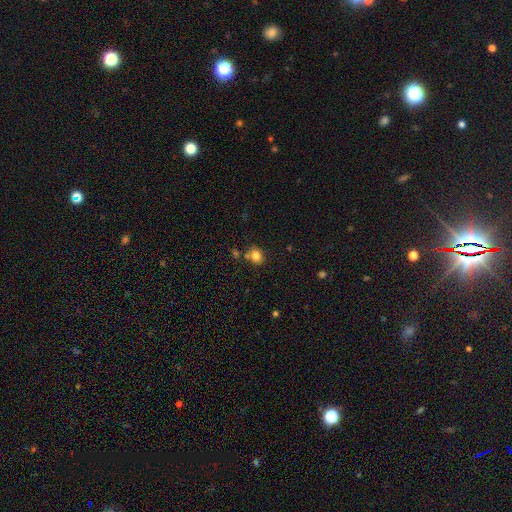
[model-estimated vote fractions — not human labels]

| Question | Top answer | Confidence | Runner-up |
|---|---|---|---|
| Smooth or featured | smooth | 80% | star or artifact (12%) |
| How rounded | round | 74% | in between (25%) |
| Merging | none | 69% | merger (15%) |